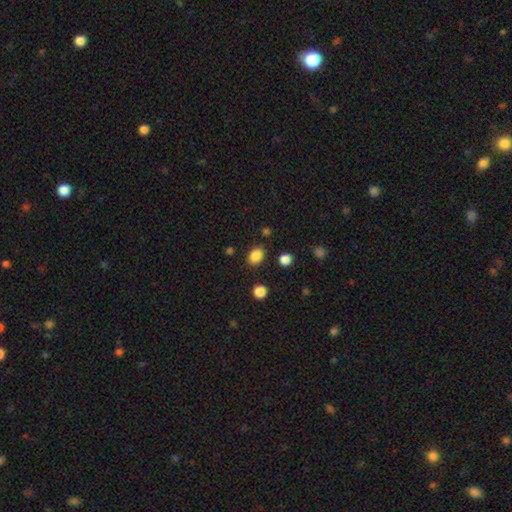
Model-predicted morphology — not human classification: Overall: smooth (86%). How rounded: in between (63%; round 36%). Merging: none (85%).